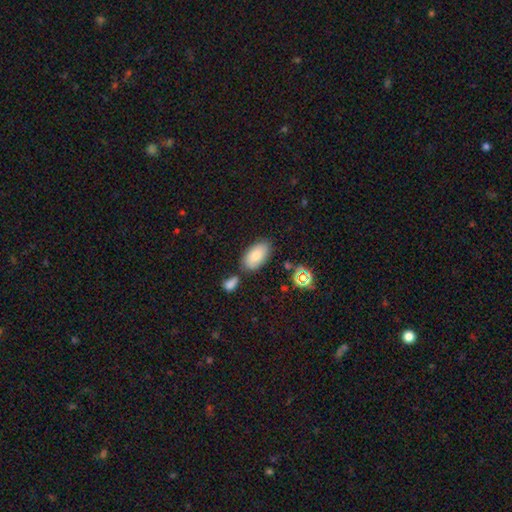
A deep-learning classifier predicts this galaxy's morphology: A smooth galaxy with no disk features (79%) that is in between round and cigar-shaped (94%). Merging: none (69%).